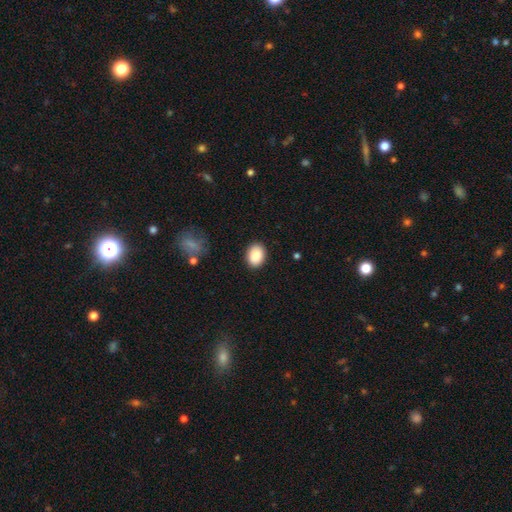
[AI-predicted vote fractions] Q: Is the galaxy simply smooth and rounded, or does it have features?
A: smooth — 87%.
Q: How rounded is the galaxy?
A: in between — 65%.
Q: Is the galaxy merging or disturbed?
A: none — 88%.